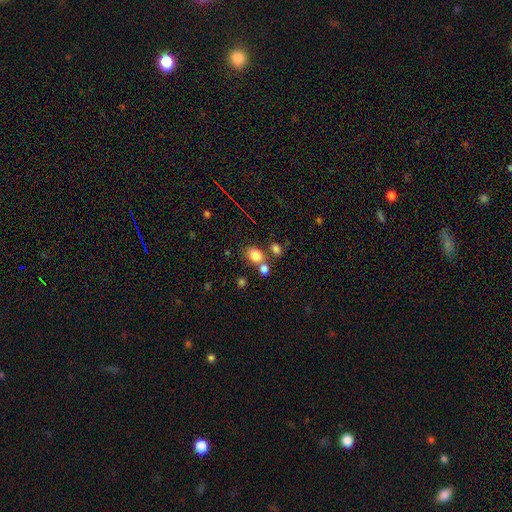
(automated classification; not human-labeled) smooth-or-featured: smooth: 80% | star or artifact: 12% | featured or disk: 8%
  how-rounded: in between: 57% | round: 42% | cigar-shaped: 1%
  merging: none: 57% | merger: 28% | minor disturbance: 11% | major disturbance: 4%